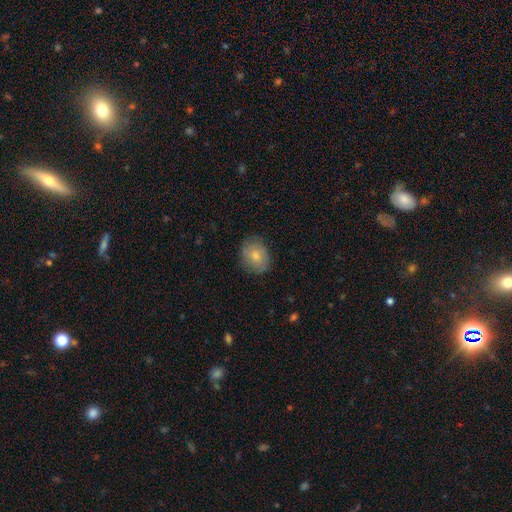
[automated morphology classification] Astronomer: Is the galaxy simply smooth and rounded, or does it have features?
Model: smooth — 72%.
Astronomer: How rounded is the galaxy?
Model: in between — 55% (runner-up: round, 44%).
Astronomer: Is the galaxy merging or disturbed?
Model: none — 80%.